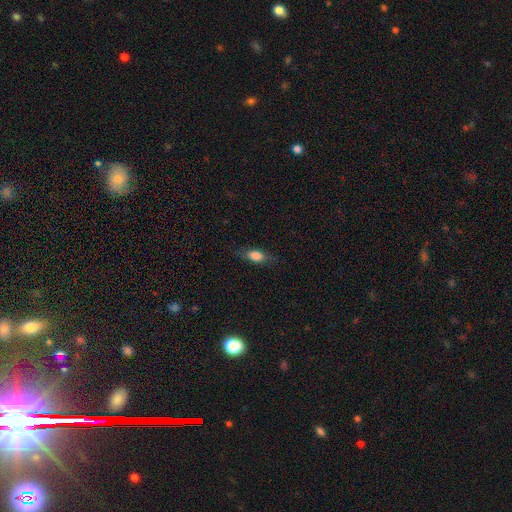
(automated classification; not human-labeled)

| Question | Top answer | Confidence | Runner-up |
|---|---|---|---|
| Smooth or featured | smooth | 73% | featured or disk (18%) |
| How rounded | in between | 72% | cigar-shaped (22%) |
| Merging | none | 75% | minor disturbance (18%) |